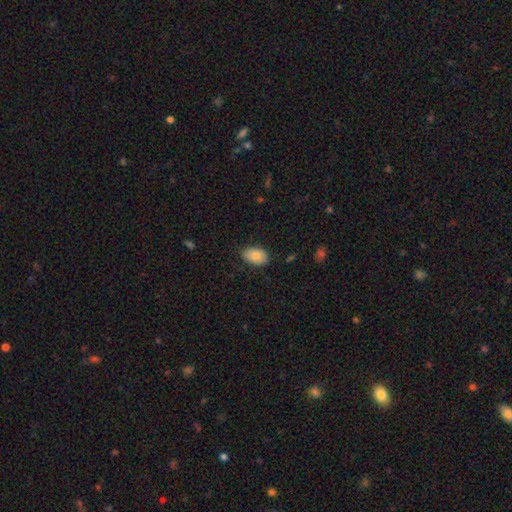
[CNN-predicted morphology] Overall: smooth (84%). How rounded: in between (90%). Merging: none (81%).